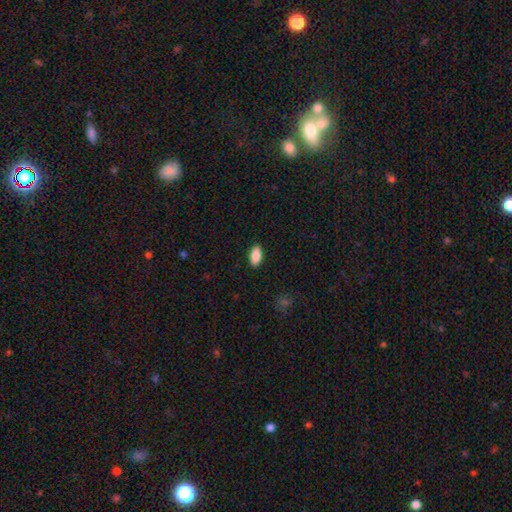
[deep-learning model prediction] Smooth or featured?
  - smooth: 87% *
  - star or artifact: 7%
  - featured or disk: 6%
How rounded?
  - in between: 90% *
  - cigar-shaped: 7%
  - round: 2%
Merging?
  - none: 89% *
  - minor disturbance: 8%
  - major disturbance: 2%
  - merger: 1%